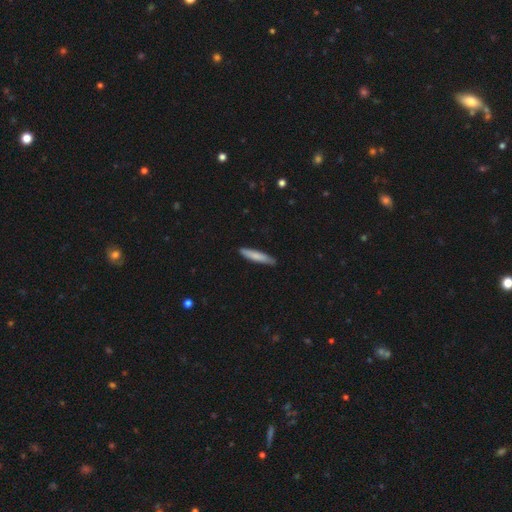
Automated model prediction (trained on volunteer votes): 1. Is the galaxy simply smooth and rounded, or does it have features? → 77% smooth, 18% featured or disk, 5% star or artifact.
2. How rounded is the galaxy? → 90% cigar-shaped, 9% in between, 1% round.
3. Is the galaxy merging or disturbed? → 86% none, 12% minor disturbance, 2% major disturbance, 1% merger.